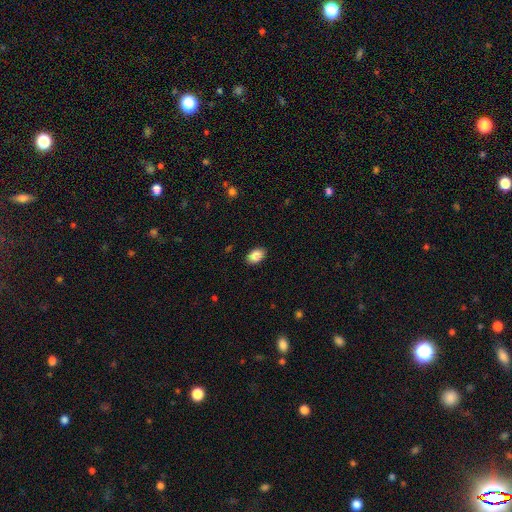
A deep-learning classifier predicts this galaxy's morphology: A smooth galaxy with no disk features (88%) that is in between round and cigar-shaped (89%). Merging: none (89%).